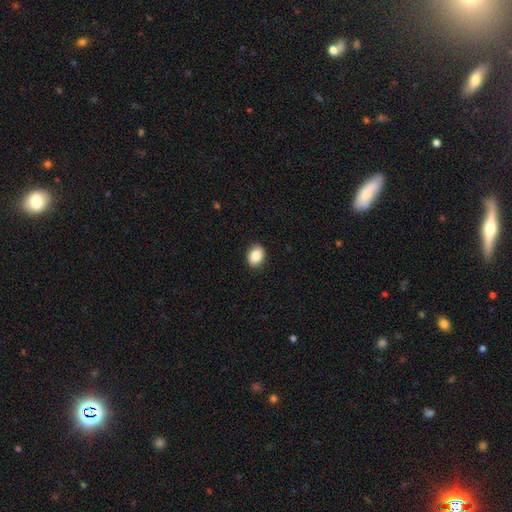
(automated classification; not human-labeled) A smooth galaxy with no disk features (87%) that is in between round and cigar-shaped (67%). Merging: none (89%).